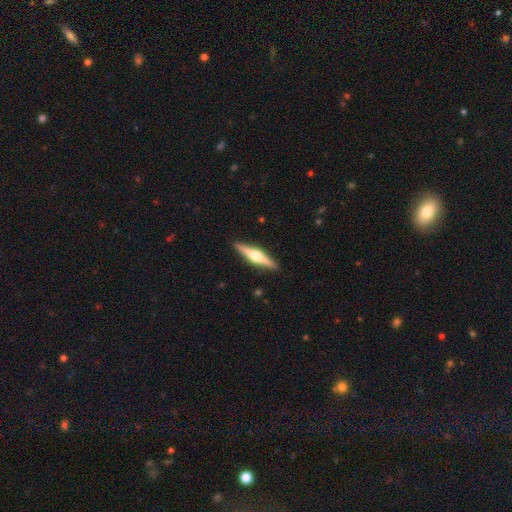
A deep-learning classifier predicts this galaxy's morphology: This appears to be a featured or disk galaxy (73%) viewed edge-on (98%) with a rounded central bulge (94%). Merging: none (91%).